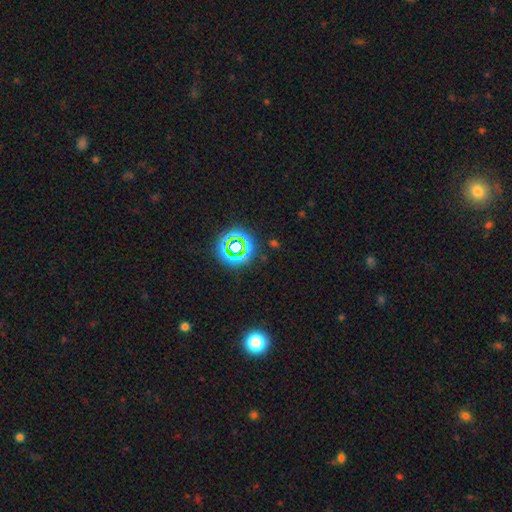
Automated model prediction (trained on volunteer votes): This is possibly a star or artifact rather than a galaxy (50%).